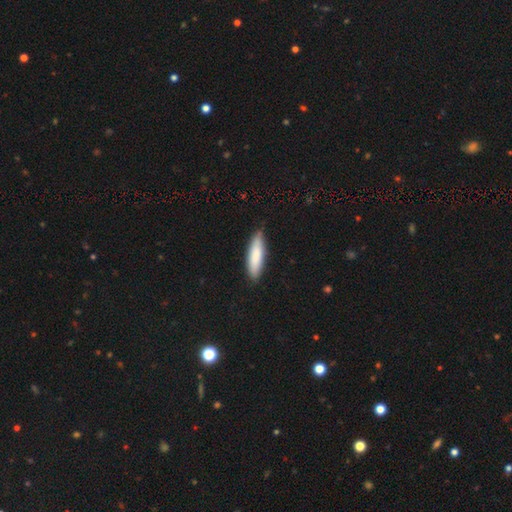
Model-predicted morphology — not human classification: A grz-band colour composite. It shows a smooth galaxy with no disk features (83%) that is cigar-shaped (62%). Merging: none (82%).